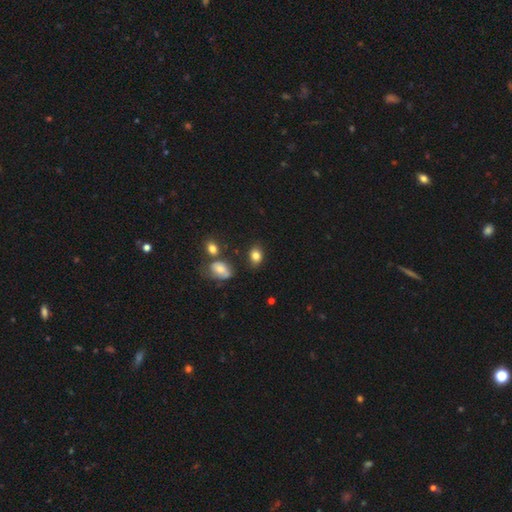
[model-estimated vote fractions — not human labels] Smooth or featured? smooth (81%)
How rounded? in between (69%)
Merging? none (72%)